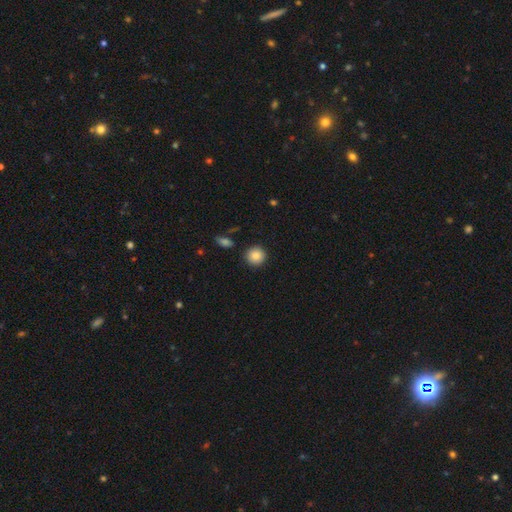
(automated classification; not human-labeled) This is clearly a smooth galaxy (86%). How rounded: clearly round (93%). Merging: clearly none (90%).